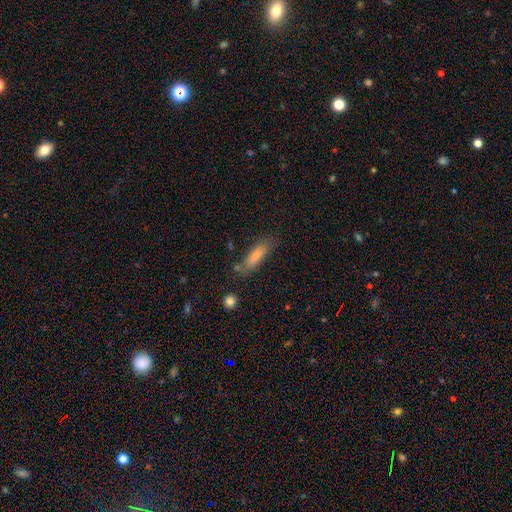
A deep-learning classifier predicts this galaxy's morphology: Smooth or featured?
  - smooth: 82% *
  - featured or disk: 11%
  - star or artifact: 7%
How rounded?
  - cigar-shaped: 51% *
  - in between: 48%
  - round: 2%
Merging?
  - none: 69% *
  - minor disturbance: 19%
  - merger: 6%
  - major disturbance: 6%